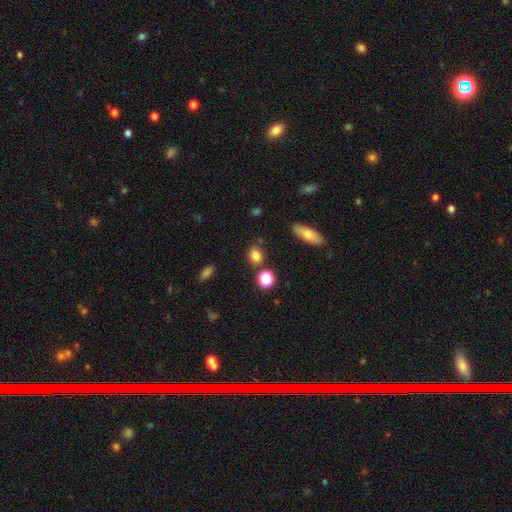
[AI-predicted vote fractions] smooth 81%, star or artifact 12%, featured or disk 6%. Down the decision tree: how rounded — round (59%); merging — none (78%).